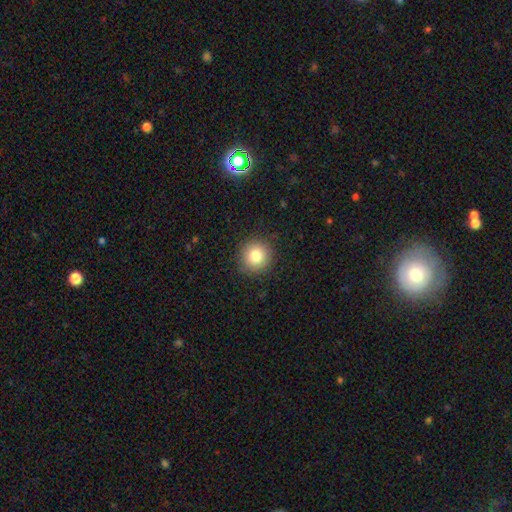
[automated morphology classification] Smooth or featured? Predicted: smooth (p=0.82). How rounded? Predicted: round (p=0.94). Merging? Predicted: none (p=0.89).